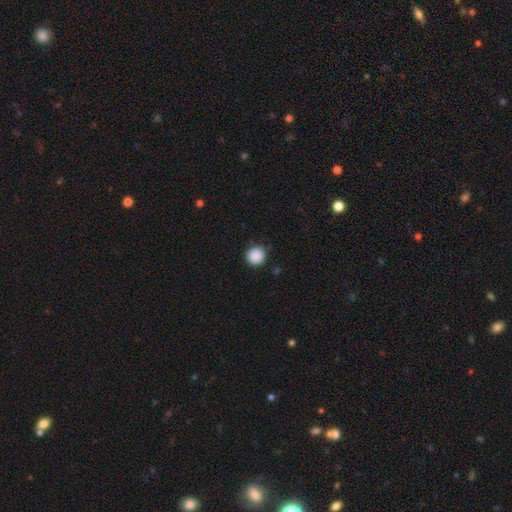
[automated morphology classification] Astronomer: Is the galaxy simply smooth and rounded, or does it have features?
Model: smooth — 89%.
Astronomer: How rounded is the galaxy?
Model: round — 94%.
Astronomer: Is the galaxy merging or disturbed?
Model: none — 89%.